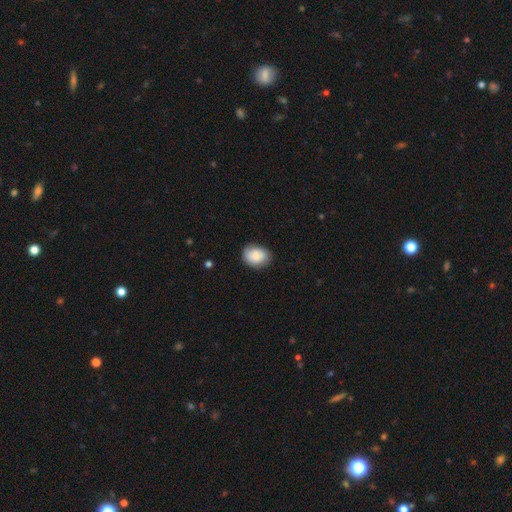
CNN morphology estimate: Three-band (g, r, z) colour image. It shows a smooth galaxy with no disk features (83%) that is in between round and cigar-shaped (67%). Merging: none (81%).